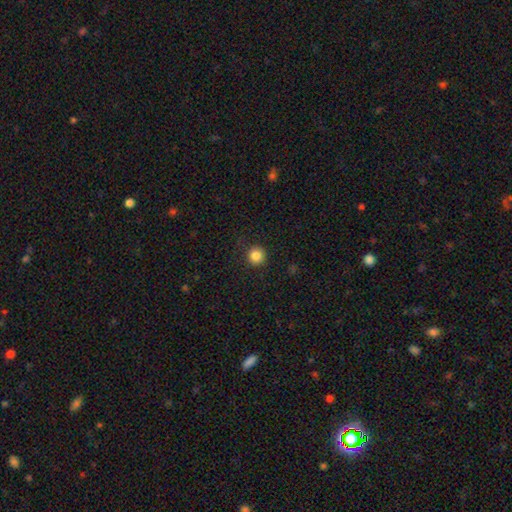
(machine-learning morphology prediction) The model was most divided on "smooth or featured": smooth: 85%, star or artifact: 10%, featured or disk: 4%. More confident: how rounded — round (95%); merging — none (89%).